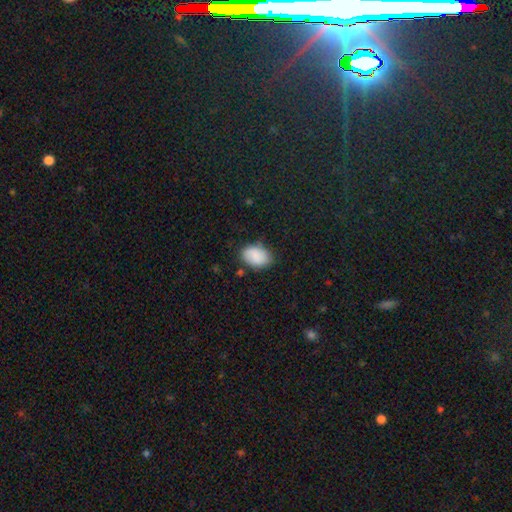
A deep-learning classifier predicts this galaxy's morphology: smooth_or_featured: smooth (p=0.86) [alt: star or artifact p=0.07]
how_rounded: in between (p=0.86) [alt: round p=0.13]
merging: none (p=0.74) [alt: minor disturbance p=0.20]